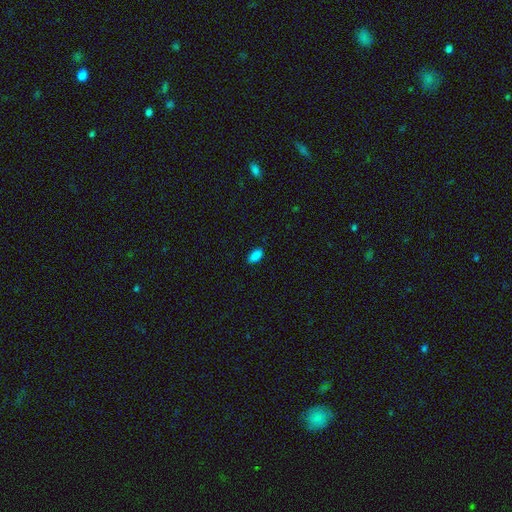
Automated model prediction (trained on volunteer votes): This appears to be a smooth galaxy with no disk features (86%) that is in between round and cigar-shaped (92%). Merging: none (85%).